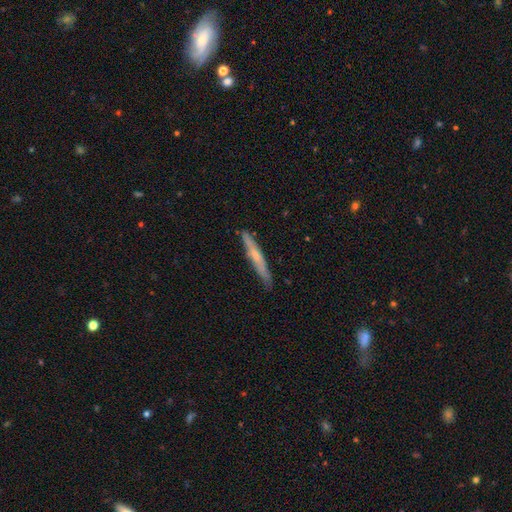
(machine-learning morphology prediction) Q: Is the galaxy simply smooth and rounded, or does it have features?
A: featured or disk — 53%.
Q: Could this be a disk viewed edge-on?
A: yes — 92%.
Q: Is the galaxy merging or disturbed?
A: none — 85%.